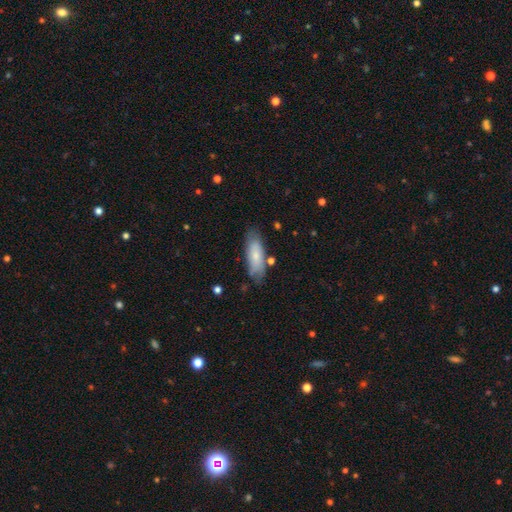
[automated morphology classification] smooth-or-featured: smooth: 74% | featured or disk: 20% | star or artifact: 6%
  how-rounded: in between: 65% | cigar-shaped: 33% | round: 2%
  merging: none: 73% | minor disturbance: 19% | merger: 4% | major disturbance: 4%